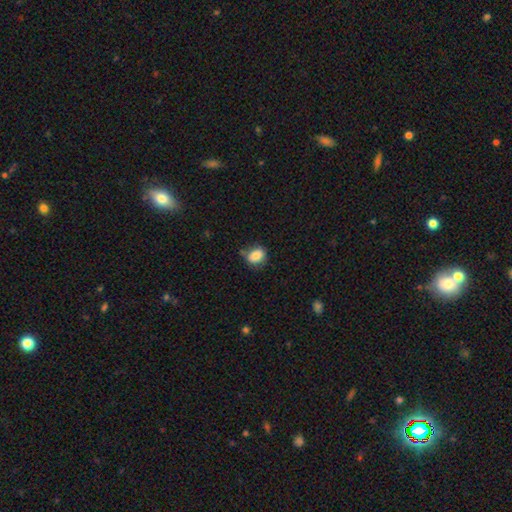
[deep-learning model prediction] smooth_or_featured: smooth (p=0.82) [alt: star or artifact p=0.09]
how_rounded: in between (p=0.55) [alt: round p=0.44]
merging: none (p=0.66) [alt: minor disturbance p=0.23]